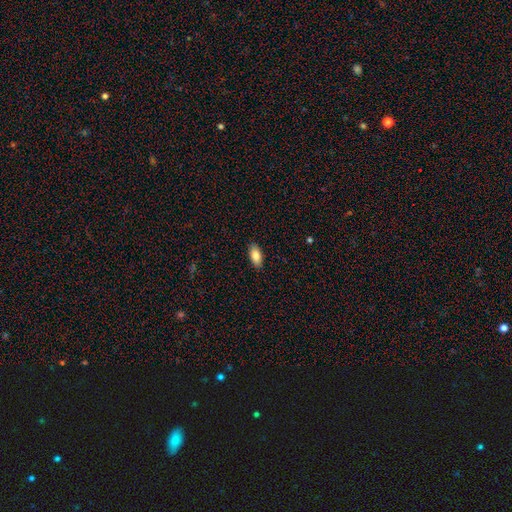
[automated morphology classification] The model was most divided on "smooth or featured": smooth: 85%, featured or disk: 8%, star or artifact: 7%. More confident: how rounded — in between (90%); merging — none (88%).